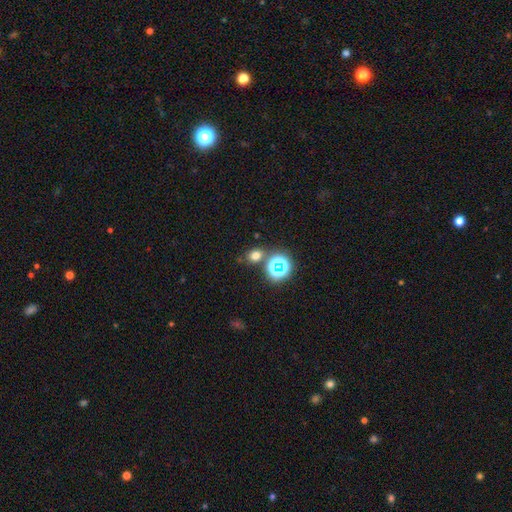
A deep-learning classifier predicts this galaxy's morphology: A smooth galaxy with no disk features (66%) that is round (61%). Merging: none (76%).